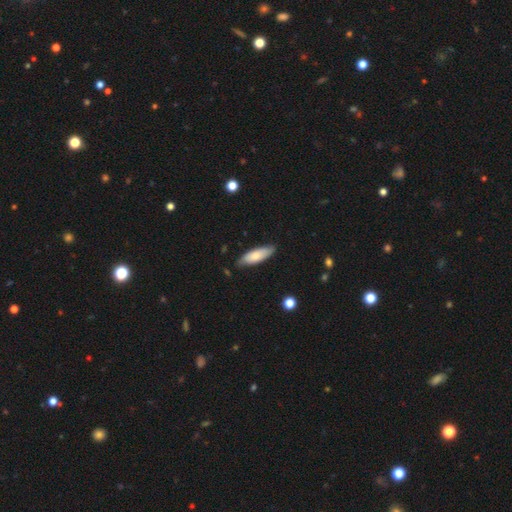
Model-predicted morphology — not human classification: The model was most divided on "how rounded": in between: 60%, cigar-shaped: 39%, round: 2%. More confident: merging — none (78%); smooth or featured — smooth (74%).